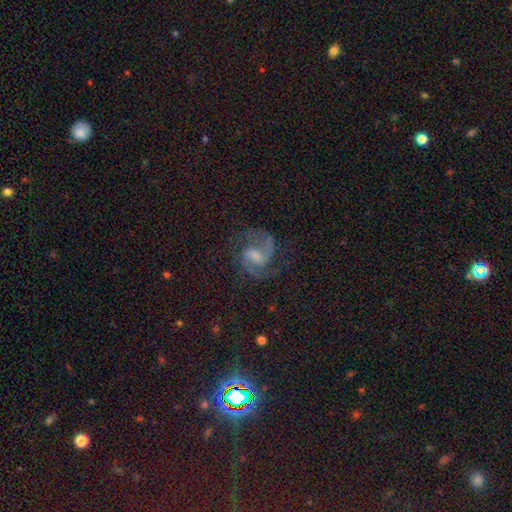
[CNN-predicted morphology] smooth_or_featured: featured or disk (p=0.85) [alt: star or artifact p=0.08]
disk_edge_on: no (p=0.98) [alt: yes p=0.02]
bar: weak (p=0.54) [alt: no p=0.29]
has_spiral_arms: yes (p=0.97) [alt: no p=0.03]
spiral_winding: medium (p=0.62) [alt: tight p=0.20]
spiral_arm_count: 2 (p=0.85) [alt: 3 p=0.06]
bulge_size: small (p=0.45) [alt: moderate p=0.36]
merging: none (p=0.72) [alt: minor disturbance p=0.15]